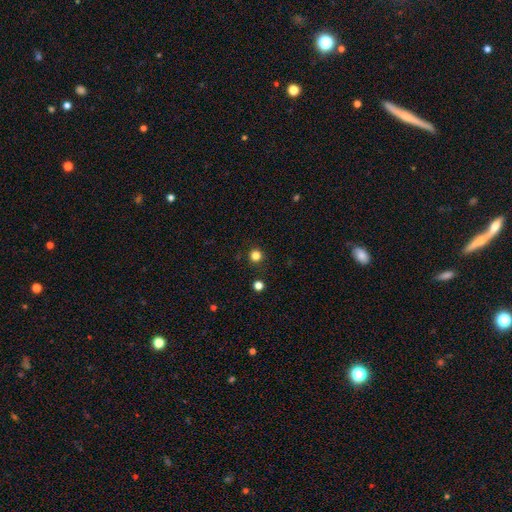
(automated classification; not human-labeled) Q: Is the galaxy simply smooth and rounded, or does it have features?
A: smooth — 82%.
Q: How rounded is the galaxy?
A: round — 95%.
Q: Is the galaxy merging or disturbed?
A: none — 92%.